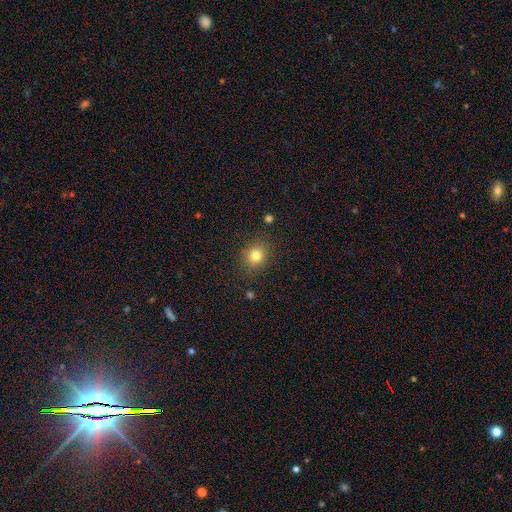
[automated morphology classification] This is clearly a smooth galaxy (80%). How rounded: likely round (77%). Merging: clearly none (86%).